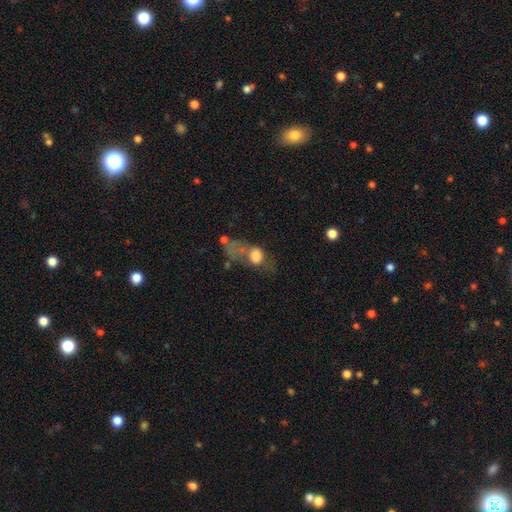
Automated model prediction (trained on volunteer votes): A smooth galaxy with no disk features (62%) that is in between round and cigar-shaped (72%). Merging: major disturbance (46%).